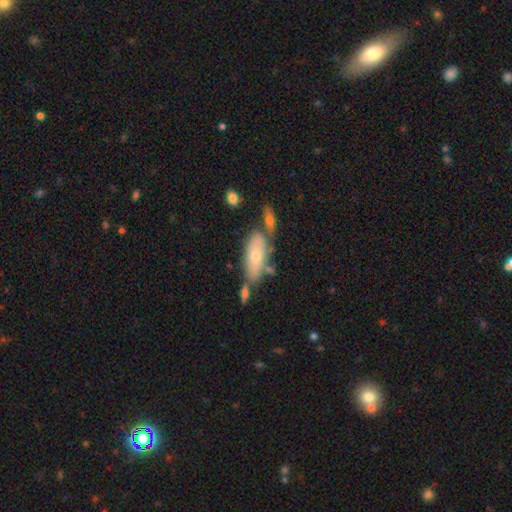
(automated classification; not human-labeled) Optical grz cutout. It shows a smooth galaxy with no disk features (56%) that is in between round and cigar-shaped (76%). Merging: none (50%).